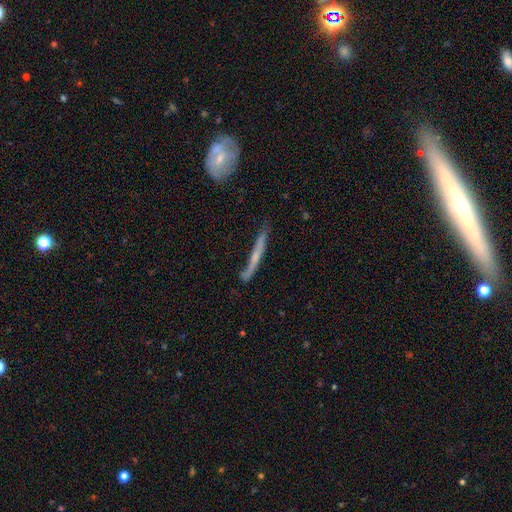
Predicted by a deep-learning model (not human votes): Smooth or featured? Predicted: featured or disk (p=0.59). Edge-on disk? Predicted: yes (p=0.87). Edge-on bulge? Predicted: none (p=0.52). Merging? Predicted: none (p=0.68).